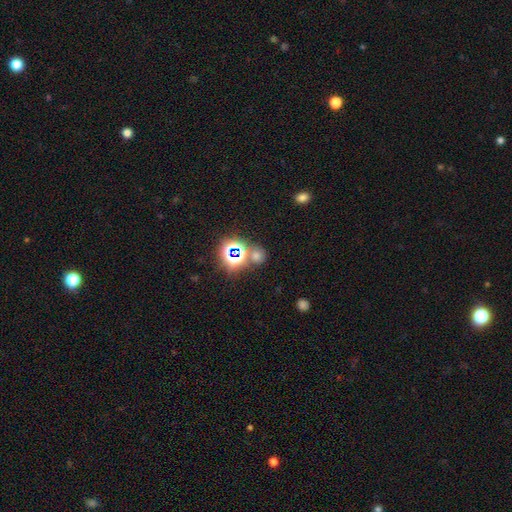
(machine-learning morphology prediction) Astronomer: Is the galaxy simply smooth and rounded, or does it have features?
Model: star or artifact — 49% (runner-up: smooth, 44%).